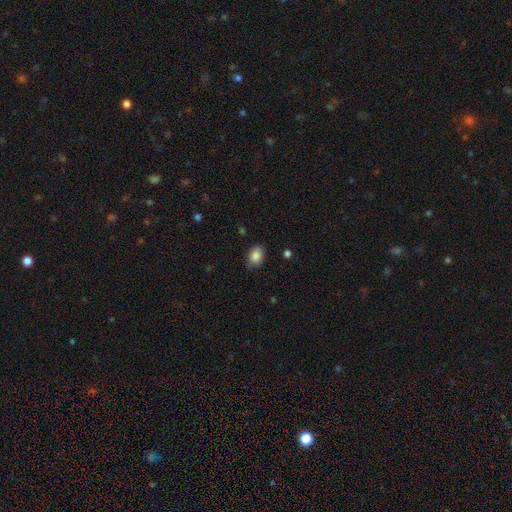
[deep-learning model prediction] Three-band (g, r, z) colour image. It shows a smooth galaxy with no disk features (86%) that is in between round and cigar-shaped (69%). Merging: none (82%).